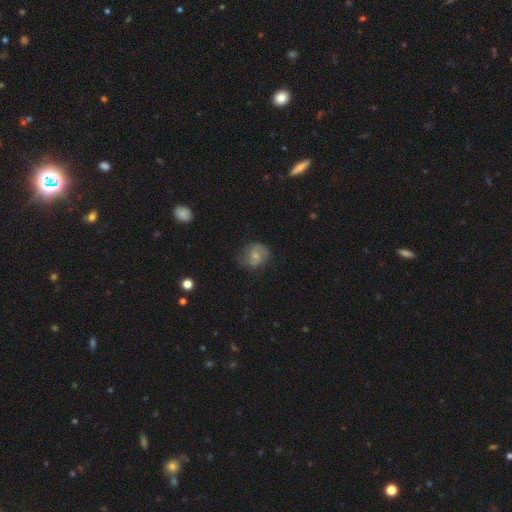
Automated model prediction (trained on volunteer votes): Smooth or featured? featured or disk (56%)
Edge-on disk? no (97%)
Bar? no (60%)
Spiral arms? yes (85%)
Bulge size? small (54%)
Merging? none (63%)